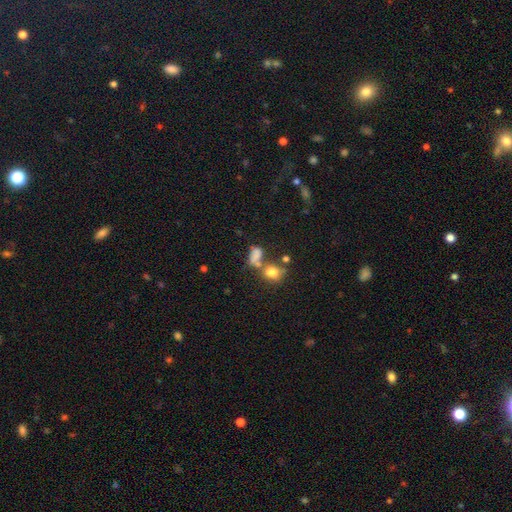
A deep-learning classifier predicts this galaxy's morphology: A smooth galaxy with no disk features (70%) that is in between round and cigar-shaped (69%). Merging: merger (42%).